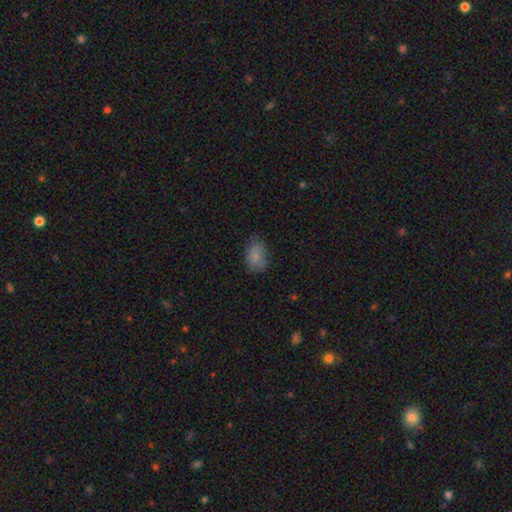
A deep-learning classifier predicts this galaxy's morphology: A smooth galaxy with no disk features (83%) that is in between round and cigar-shaped (86%).

Vote fractions:
- Smooth or featured? smooth: 83% / star or artifact: 10% / featured or disk: 7%
- How rounded? in between: 86% / round: 13% / cigar-shaped: 1%
- Merging? none: 62% / minor disturbance: 28% / major disturbance: 8% / merger: 2%